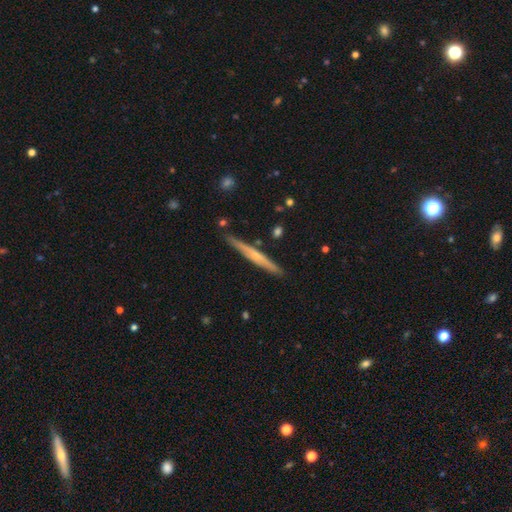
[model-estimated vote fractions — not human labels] Smooth or featured: featured or disk — 62% (smooth — 32%)
Edge-on disk: yes — 97% (no — 3%)
Edge-on bulge: rounded — 56% (none — 39%)
Merging: none — 86% (minor disturbance — 9%)